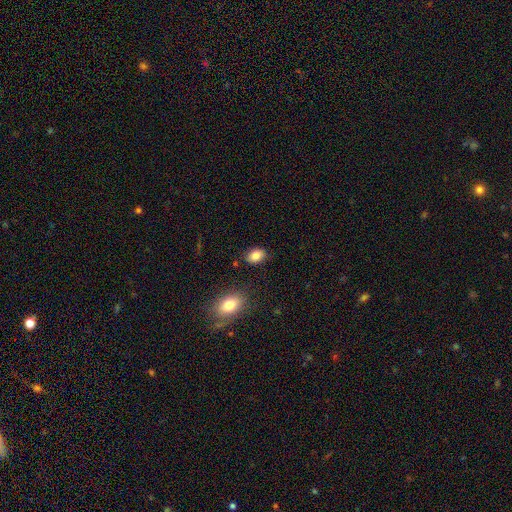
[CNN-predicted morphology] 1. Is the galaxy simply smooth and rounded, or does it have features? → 85% smooth, 9% star or artifact, 6% featured or disk.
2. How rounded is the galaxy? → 80% in between, 18% round, 1% cigar-shaped.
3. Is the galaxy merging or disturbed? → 84% none, 11% minor disturbance, 3% merger, 3% major disturbance.